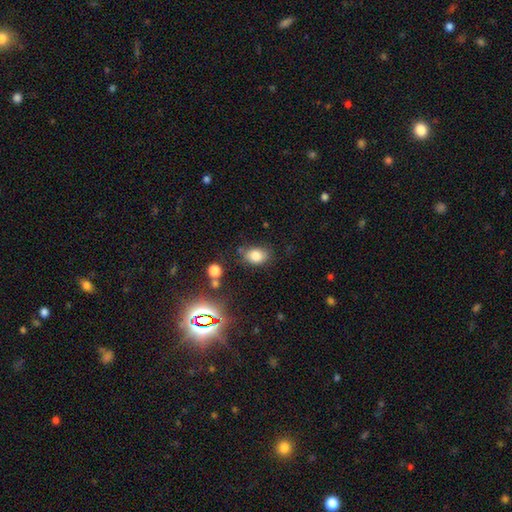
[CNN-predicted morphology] A smooth galaxy with no disk features (79%) that is in between round and cigar-shaped (70%). Merging: none (71%).